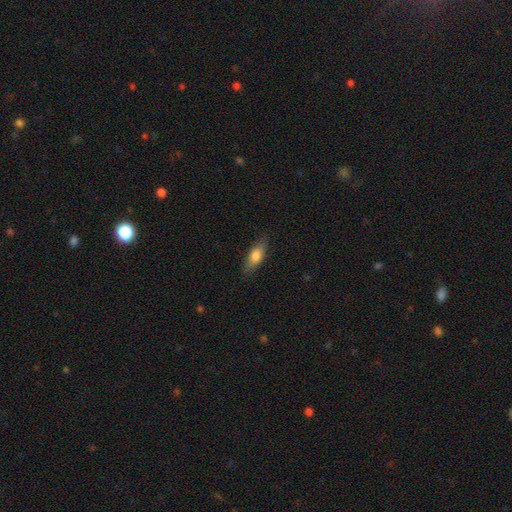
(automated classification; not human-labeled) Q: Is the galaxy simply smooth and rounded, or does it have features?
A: smooth — 76%.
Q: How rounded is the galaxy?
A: in between — 70%.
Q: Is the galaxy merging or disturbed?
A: none — 82%.